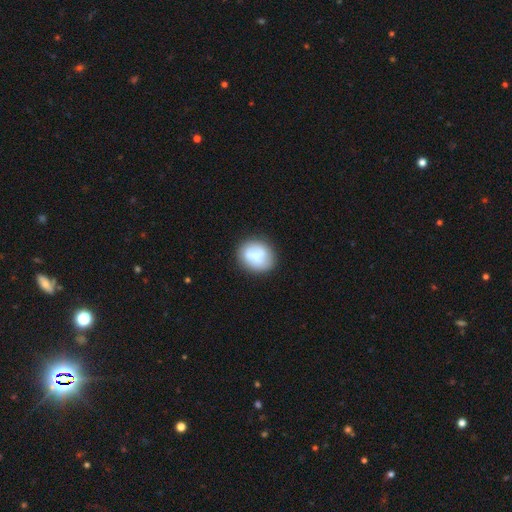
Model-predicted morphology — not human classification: smooth_or_featured: smooth (p=0.67) [alt: featured or disk p=0.25]
how_rounded: round (p=0.69) [alt: in between p=0.30]
merging: none (p=0.68) [alt: minor disturbance p=0.17]